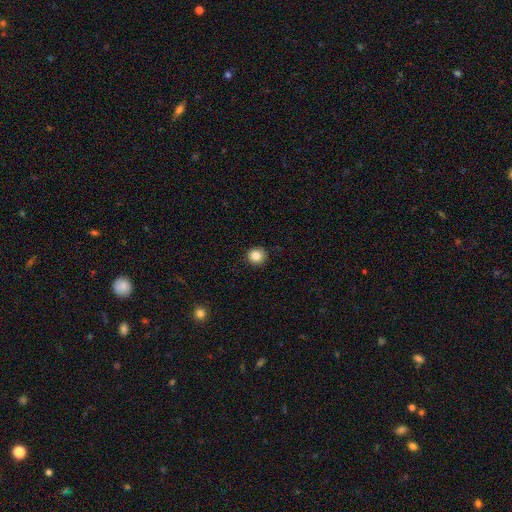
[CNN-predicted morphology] This is clearly a smooth galaxy (85%). How rounded: clearly round (91%). Merging: clearly none (91%).